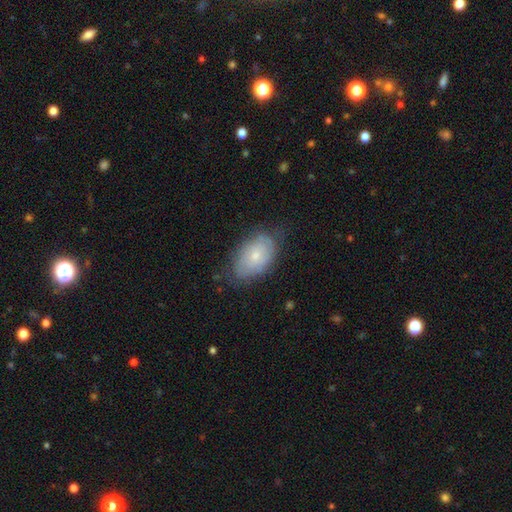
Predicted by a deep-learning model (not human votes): smooth-or-featured: smooth: 55% | featured or disk: 38% | star or artifact: 7%
  how-rounded: in between: 90% | round: 9% | cigar-shaped: 1%
  merging: none: 66% | minor disturbance: 26% | major disturbance: 7% | merger: 1%